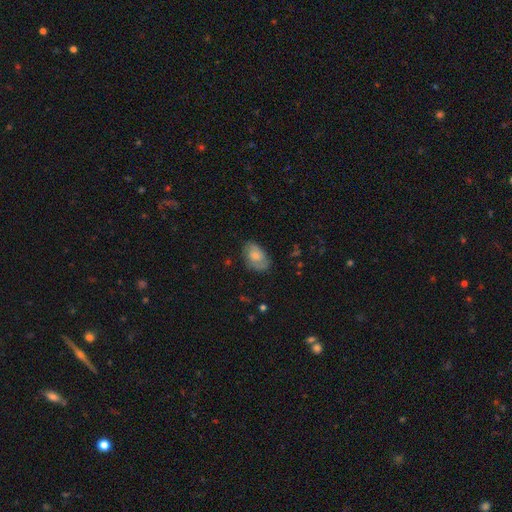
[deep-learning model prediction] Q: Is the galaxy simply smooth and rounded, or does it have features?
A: smooth — 66%.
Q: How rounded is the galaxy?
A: in between — 89%.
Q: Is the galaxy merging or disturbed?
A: none — 67%.